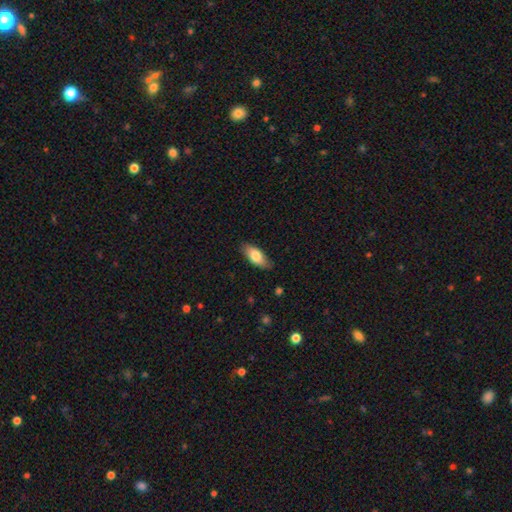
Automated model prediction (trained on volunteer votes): This appears to be a smooth galaxy with no disk features (78%) that is in between round and cigar-shaped (86%). Merging: none (82%).